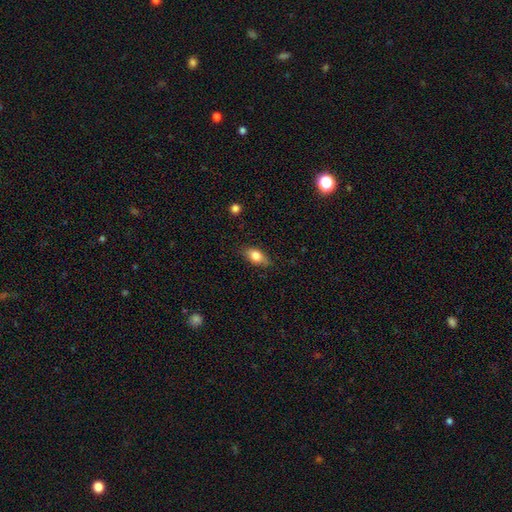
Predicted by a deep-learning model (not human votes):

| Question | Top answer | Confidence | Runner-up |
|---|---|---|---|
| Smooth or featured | smooth | 77% | featured or disk (15%) |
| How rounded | in between | 84% | cigar-shaped (8%) |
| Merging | none | 79% | minor disturbance (16%) |